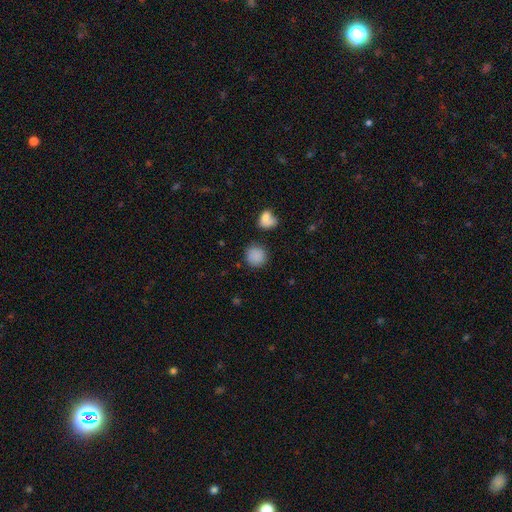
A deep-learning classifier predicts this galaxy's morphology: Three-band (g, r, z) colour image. It shows a smooth galaxy with no disk features (84%) that is round (89%). Merging: none (79%).